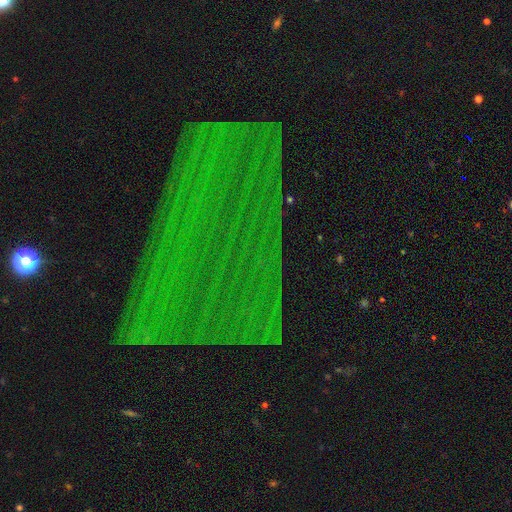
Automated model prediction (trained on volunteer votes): A star or artifact, not a galaxy (82%).

Vote fractions:
- Smooth or featured? star or artifact: 82% / featured or disk: 10% / smooth: 8%